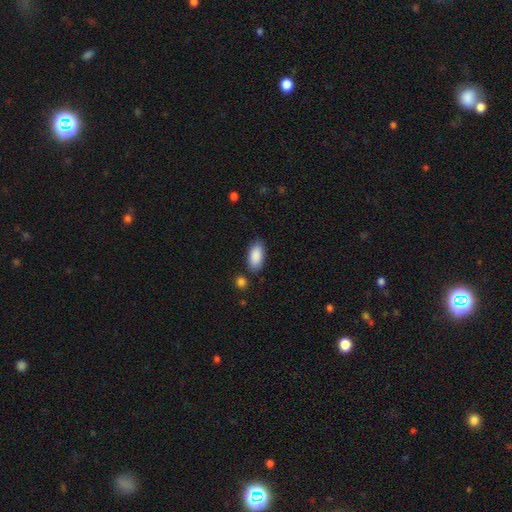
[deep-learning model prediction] smooth_or_featured: smooth (p=0.90) [alt: star or artifact p=0.06]
how_rounded: in between (p=0.92) [alt: cigar-shaped p=0.06]
merging: none (p=0.81) [alt: minor disturbance p=0.12]